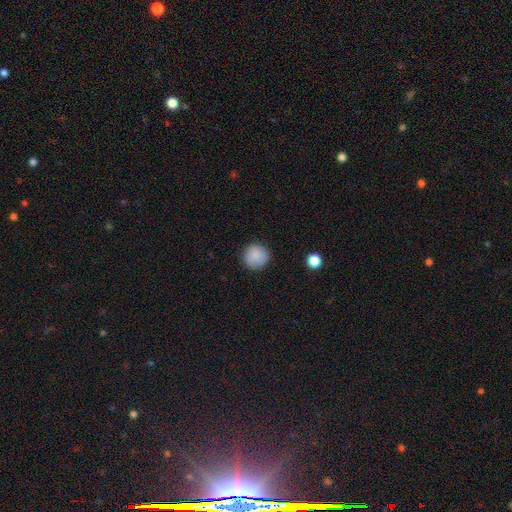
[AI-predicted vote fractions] Smooth or featured: smooth — 86% (star or artifact — 8%)
How rounded: round — 94% (in between — 5%)
Merging: none — 88% (minor disturbance — 9%)